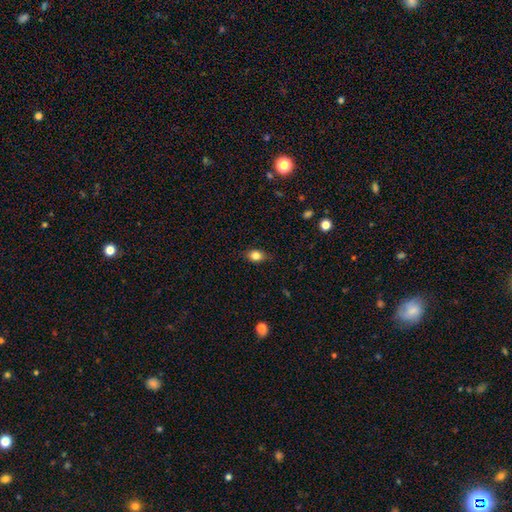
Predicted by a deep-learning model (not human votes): Q: Smooth or featured?
A: smooth (83%); runner-up: star or artifact (10%)
Q: How rounded?
A: in between (67%); runner-up: round (31%)
Q: Merging?
A: none (81%); runner-up: minor disturbance (15%)